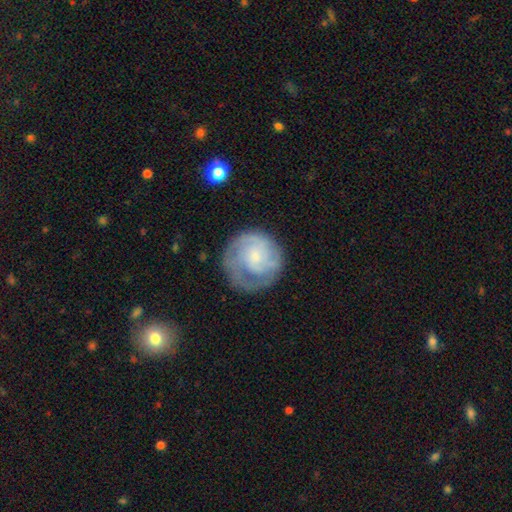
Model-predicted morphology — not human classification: featured or disk 62%, smooth 32%, star or artifact 7%. Down the decision tree: edge-on disk — no (98%); bar — no (74%); spiral arms — yes (81%); bulge size — small (58%); merging — none (63%).